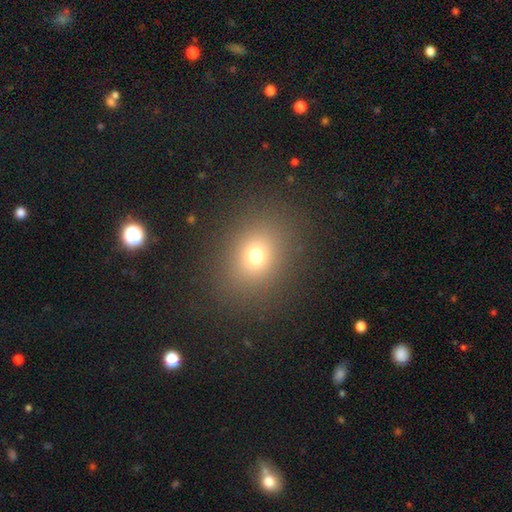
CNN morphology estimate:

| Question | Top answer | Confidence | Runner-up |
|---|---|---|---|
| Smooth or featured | smooth | 71% | star or artifact (19%) |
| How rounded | round | 55% | in between (44%) |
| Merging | none | 87% | minor disturbance (8%) |